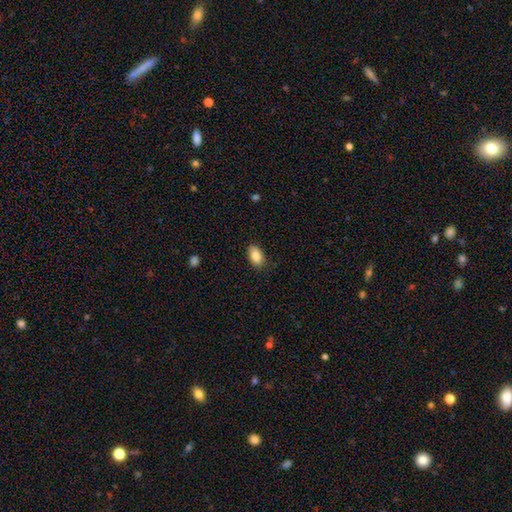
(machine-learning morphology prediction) Q: Smooth or featured?
A: smooth (86%); runner-up: star or artifact (7%)
Q: How rounded?
A: in between (90%); runner-up: round (8%)
Q: Merging?
A: none (82%); runner-up: minor disturbance (14%)